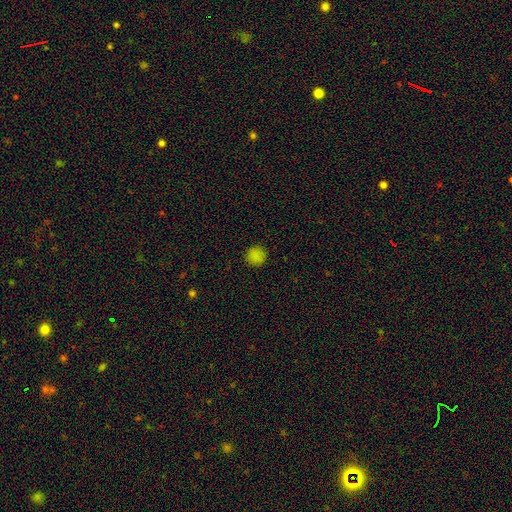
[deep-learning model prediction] smooth-or-featured: smooth: 83% | star or artifact: 14% | featured or disk: 3%
  how-rounded: round: 93% | in between: 6% | cigar-shaped: 1%
  merging: none: 90% | minor disturbance: 7% | major disturbance: 2% | merger: 1%